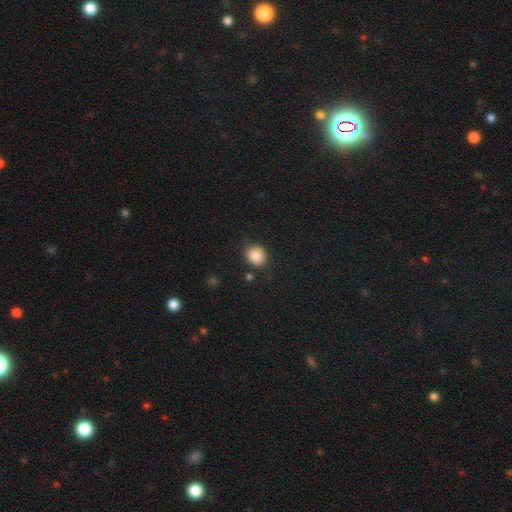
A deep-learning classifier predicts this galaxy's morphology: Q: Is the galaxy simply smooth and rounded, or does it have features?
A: smooth — 86%.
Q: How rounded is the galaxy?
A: round — 71%.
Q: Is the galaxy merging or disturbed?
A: none — 83%.